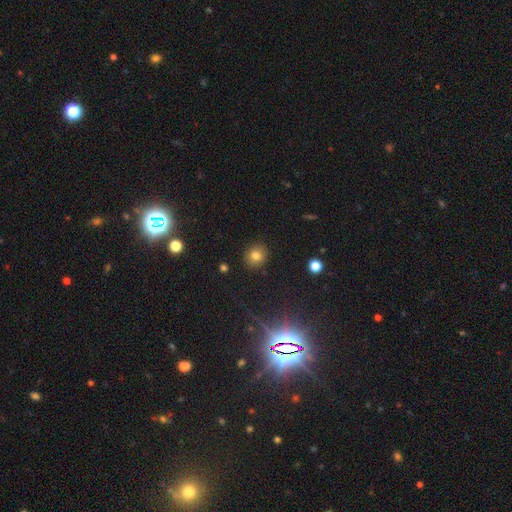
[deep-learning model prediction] smooth_or_featured: smooth (p=0.78) [alt: star or artifact p=0.14]
how_rounded: round (p=0.83) [alt: in between p=0.16]
merging: none (p=0.89) [alt: minor disturbance p=0.07]